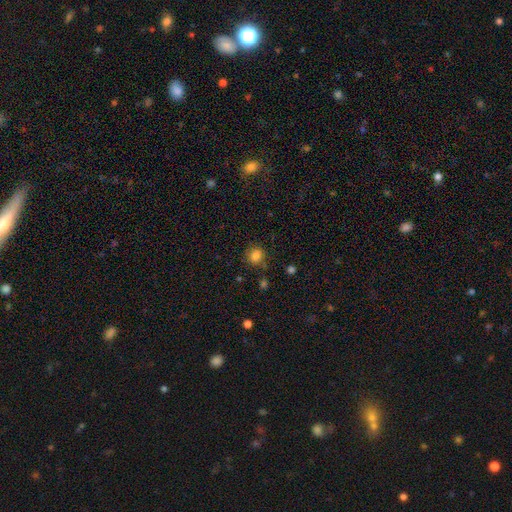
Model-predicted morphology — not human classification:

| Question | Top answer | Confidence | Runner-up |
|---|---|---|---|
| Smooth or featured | smooth | 82% | star or artifact (12%) |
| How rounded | round | 77% | in between (22%) |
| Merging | none | 77% | minor disturbance (15%) |